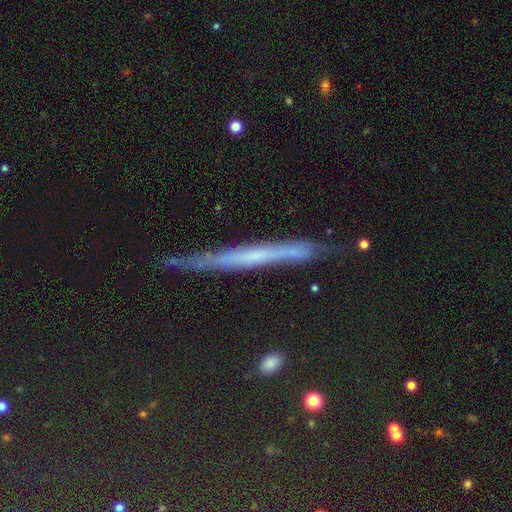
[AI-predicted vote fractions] smooth_or_featured: star or artifact (p=0.37) [alt: featured or disk p=0.34]